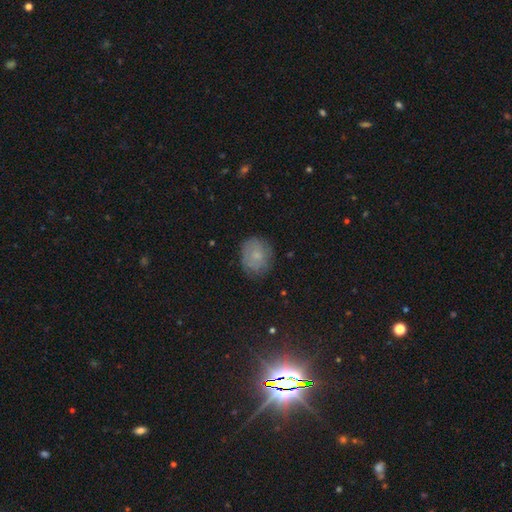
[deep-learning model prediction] Smooth or featured? Predicted: smooth (p=0.70). How rounded? Predicted: round (p=0.66). Merging? Predicted: none (p=0.78).